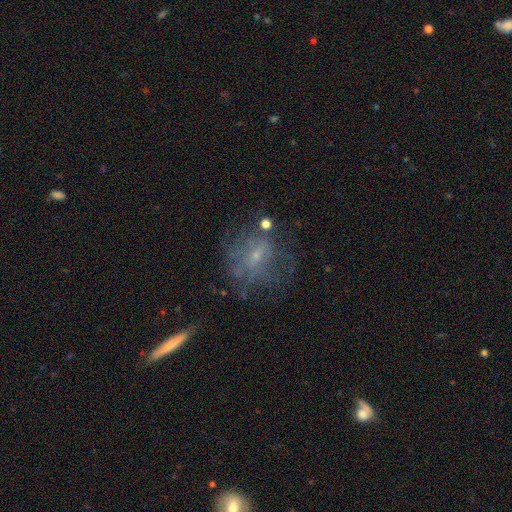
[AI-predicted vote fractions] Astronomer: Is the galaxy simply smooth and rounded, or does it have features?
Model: featured or disk — 53% (runner-up: smooth, 32%).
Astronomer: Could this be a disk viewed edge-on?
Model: no — 94%.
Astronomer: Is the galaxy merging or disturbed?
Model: none — 53%.